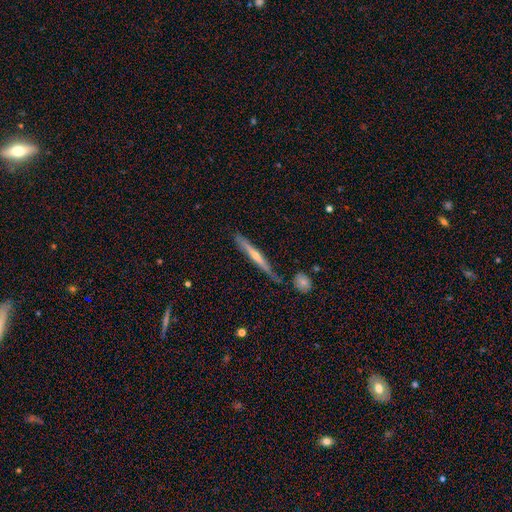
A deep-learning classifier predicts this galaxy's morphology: A featured or disk galaxy (65%) viewed edge-on (95%) with a rounded central bulge (59%).

Vote fractions:
- Smooth or featured? featured or disk: 65% / smooth: 29% / star or artifact: 6%
- Edge-on disk? yes: 95% / no: 5%
- Edge-on bulge? rounded: 59% / none: 36% / boxy: 5%
- Merging? none: 80% / minor disturbance: 14% / merger: 4% / major disturbance: 3%